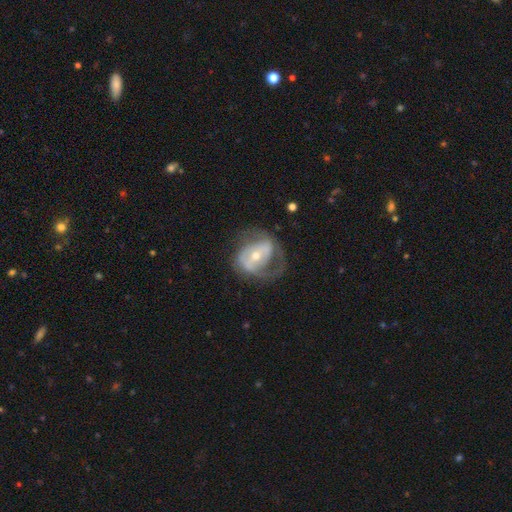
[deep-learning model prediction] The model was most divided on "bar" (2-way tie): weak: 34%, strong: 34%, no: 32%. Remaining: edge-on disk — no (95%); smooth or featured — featured or disk (75%); spiral arms — yes (72%); spiral arm count — 2 (65%); merging — none (51%); bulge size — moderate (51%); spiral winding — medium (43%).